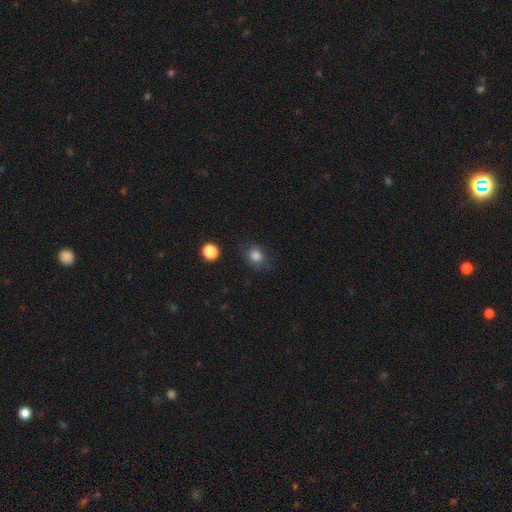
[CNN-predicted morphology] type=smooth (82%); roundness=round (60%); merging=none (72%).